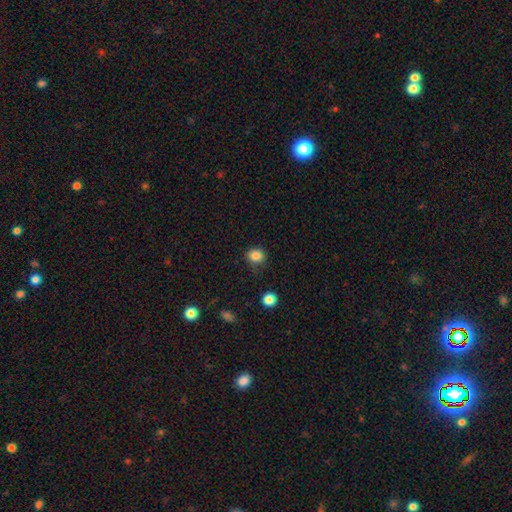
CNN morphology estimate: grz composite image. It shows a smooth galaxy with no disk features (84%) that is round (78%). Merging: none (81%).